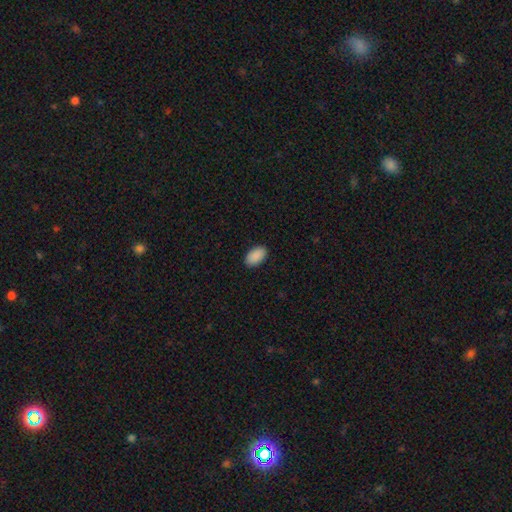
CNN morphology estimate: A smooth galaxy with no disk features (91%) that is in between round and cigar-shaped (94%). Merging: none (90%).